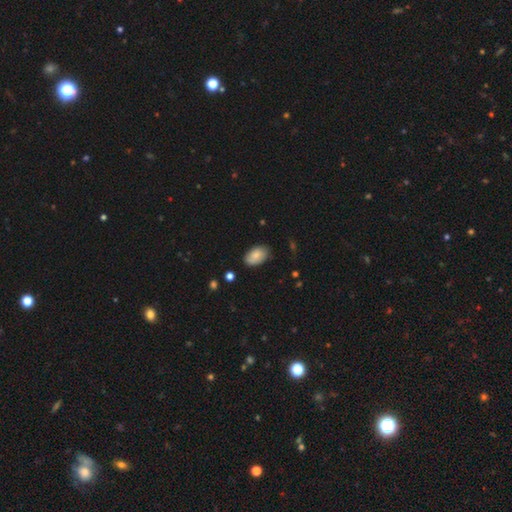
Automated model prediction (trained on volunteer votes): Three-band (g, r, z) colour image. It shows a smooth galaxy with no disk features (83%) that is in between round and cigar-shaped (93%). Merging: none (80%).